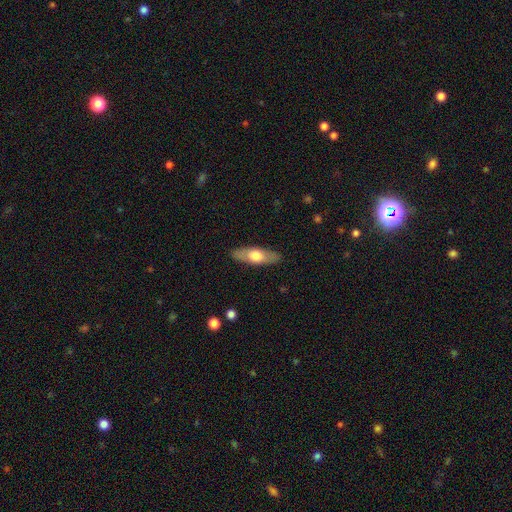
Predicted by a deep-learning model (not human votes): Morphology: type=smooth (57%); roundness=in between (58%); merging=none (88%).